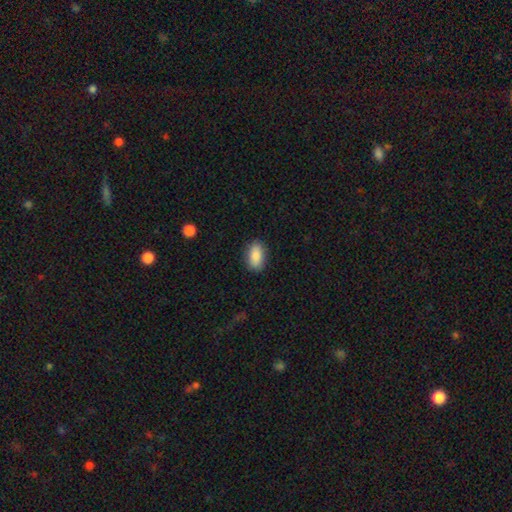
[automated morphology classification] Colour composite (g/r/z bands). It shows a smooth galaxy with no disk features (86%) that is in between round and cigar-shaped (92%). Merging: none (87%).